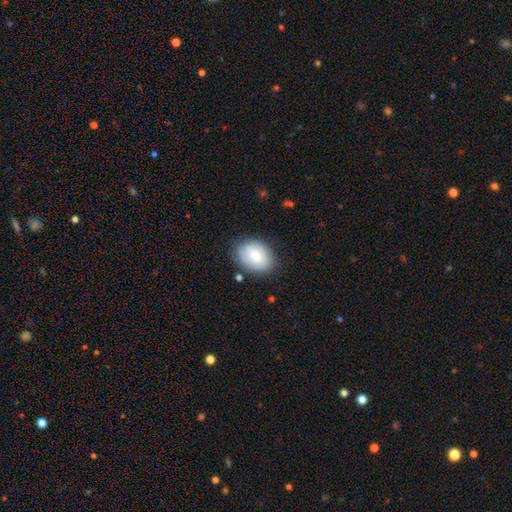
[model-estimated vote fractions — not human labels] This appears to be a smooth galaxy with no disk features (74%) that is in between round and cigar-shaped (74%). Merging: none (79%).